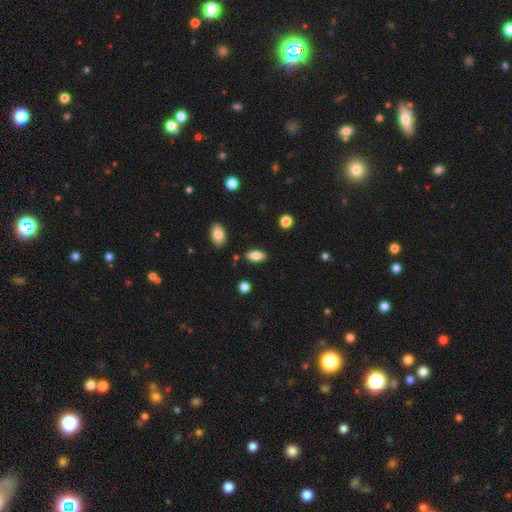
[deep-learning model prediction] Morphology: type=smooth (79%); roundness=in between (86%); merging=none (84%).